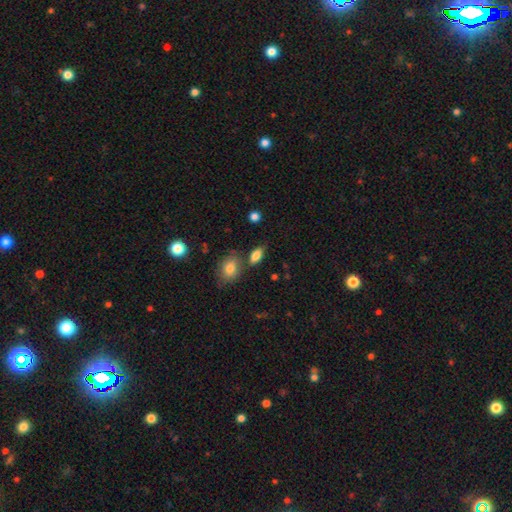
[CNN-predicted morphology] Smooth or featured?
  - smooth: 81% *
  - featured or disk: 10%
  - star or artifact: 9%
How rounded?
  - in between: 85% *
  - round: 8%
  - cigar-shaped: 6%
Merging?
  - none: 70% *
  - minor disturbance: 14%
  - merger: 12%
  - major disturbance: 4%